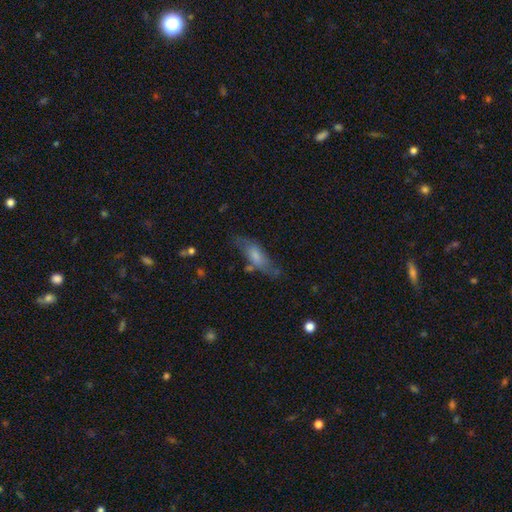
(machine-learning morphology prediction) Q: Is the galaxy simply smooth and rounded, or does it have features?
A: smooth — 57%.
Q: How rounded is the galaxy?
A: in between — 56%.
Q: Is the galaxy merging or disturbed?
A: none — 59%.